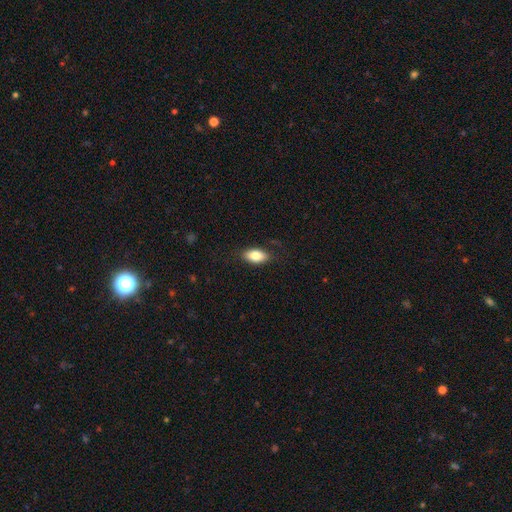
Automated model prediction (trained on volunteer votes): Overall: smooth (81%). How rounded: in between (90%). Merging: none (83%).